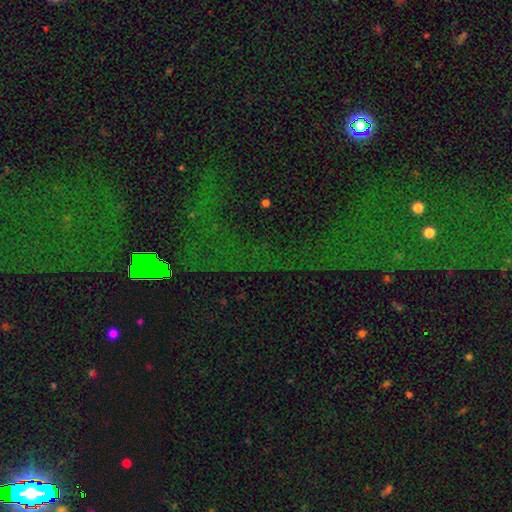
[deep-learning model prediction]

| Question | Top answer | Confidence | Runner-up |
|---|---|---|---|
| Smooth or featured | star or artifact | 76% | smooth (12%) |